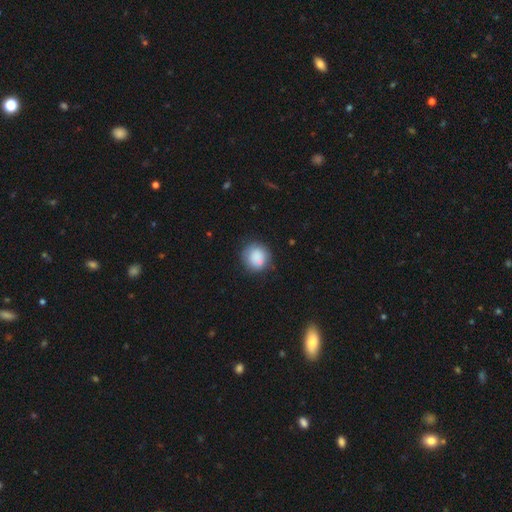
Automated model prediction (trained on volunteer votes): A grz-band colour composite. It shows a smooth galaxy with no disk features (84%) that is round (84%). Merging: none (71%).